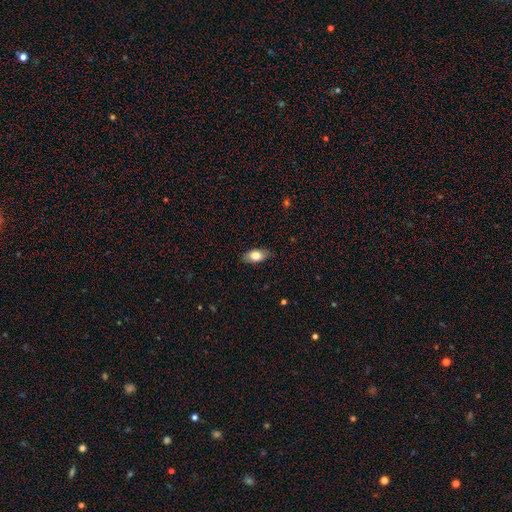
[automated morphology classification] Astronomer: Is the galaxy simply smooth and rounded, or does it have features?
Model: smooth — 77%.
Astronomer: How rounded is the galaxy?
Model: in between — 90%.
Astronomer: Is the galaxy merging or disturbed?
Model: none — 82%.